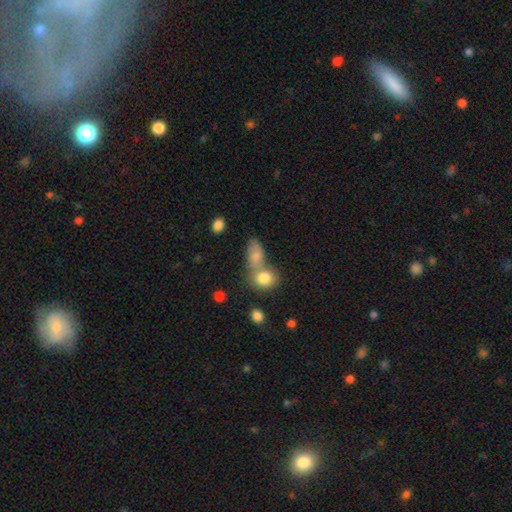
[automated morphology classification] Smooth or featured? Predicted: smooth (p=0.77). How rounded? Predicted: in between (p=0.78). Merging? Predicted: merger (p=0.44).